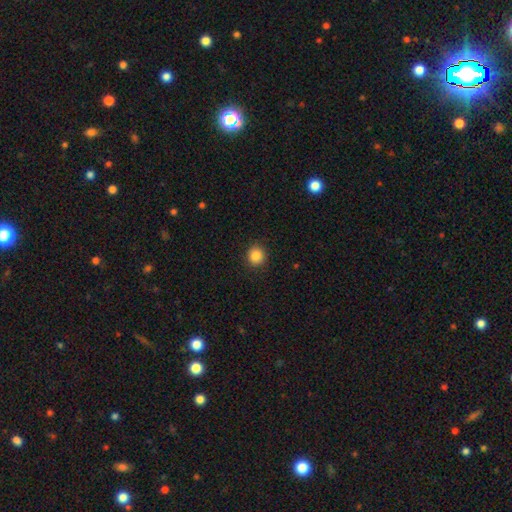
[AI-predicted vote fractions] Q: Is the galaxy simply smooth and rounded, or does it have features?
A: smooth — 86%.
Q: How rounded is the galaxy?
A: round — 91%.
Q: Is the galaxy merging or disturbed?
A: none — 90%.